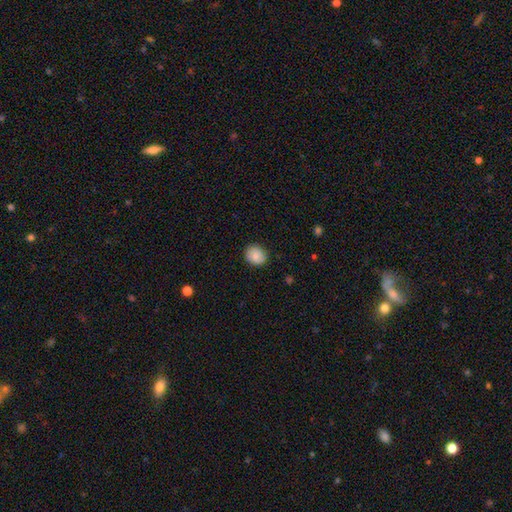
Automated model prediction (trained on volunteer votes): Morphology: type=smooth (84%); roundness=round (73%); merging=none (86%).